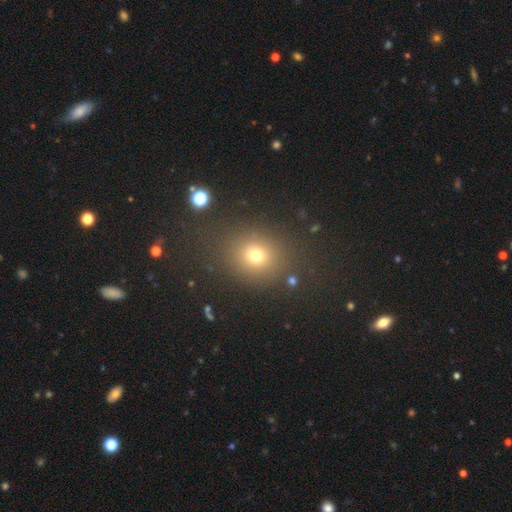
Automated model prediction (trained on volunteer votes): Smooth or featured: smooth — 71% (star or artifact — 20%)
How rounded: round — 64% (in between — 34%)
Merging: none — 81% (minor disturbance — 10%)